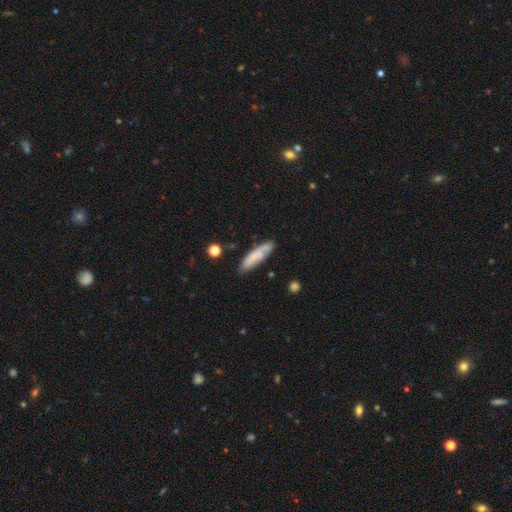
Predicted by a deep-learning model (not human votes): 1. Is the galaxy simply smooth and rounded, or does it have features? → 67% smooth, 25% featured or disk, 7% star or artifact.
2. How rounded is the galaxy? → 69% cigar-shaped, 30% in between, 2% round.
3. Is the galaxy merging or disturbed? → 71% none, 20% minor disturbance, 5% major disturbance, 4% merger.